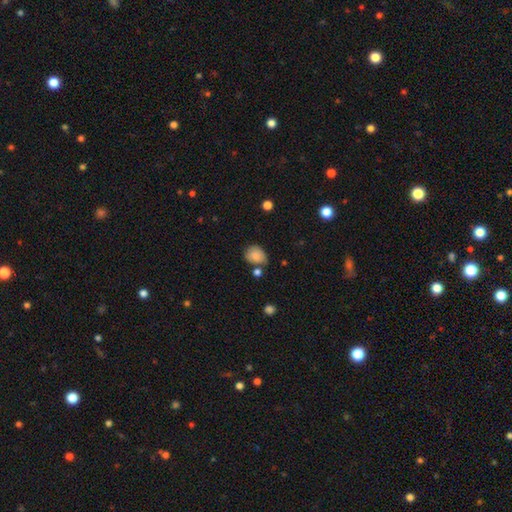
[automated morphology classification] Smooth or featured? smooth (82%)
How rounded? round (54%)
Merging? none (57%)